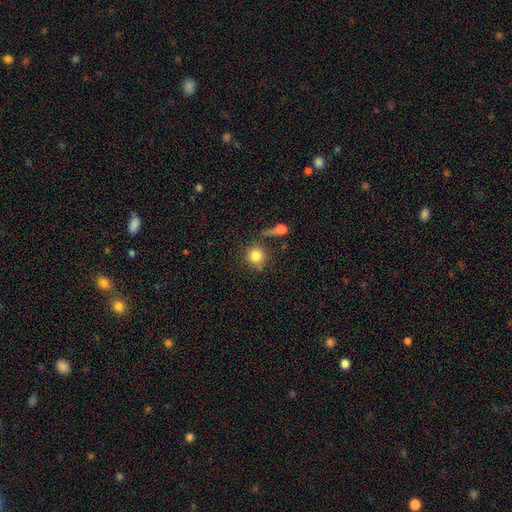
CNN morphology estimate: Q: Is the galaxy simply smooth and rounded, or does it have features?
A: smooth — 81%.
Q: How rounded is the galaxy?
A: round — 89%.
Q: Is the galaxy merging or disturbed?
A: none — 62%.